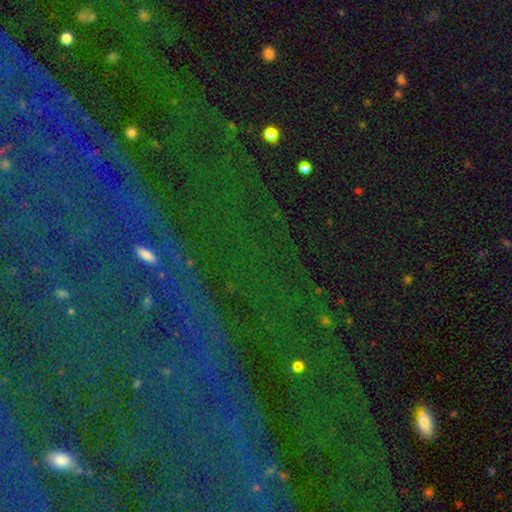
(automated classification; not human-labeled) This is clearly a star or artifact rather than a galaxy (80%).